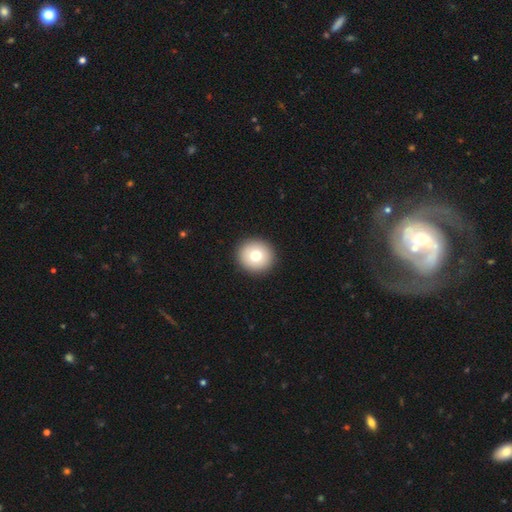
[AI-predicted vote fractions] Morphology: type=smooth (74%); roundness=round (92%); merging=none (93%).